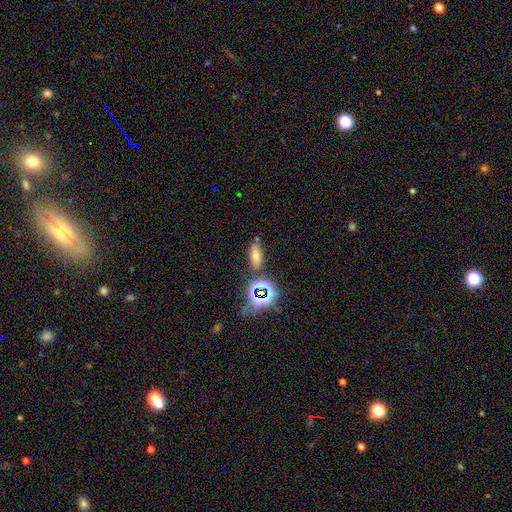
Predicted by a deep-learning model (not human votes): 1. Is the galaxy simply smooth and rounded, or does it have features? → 55% smooth, 29% star or artifact, 16% featured or disk.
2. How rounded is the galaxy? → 71% in between, 20% cigar-shaped, 9% round.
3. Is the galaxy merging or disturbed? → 74% none, 13% minor disturbance, 8% merger, 5% major disturbance.